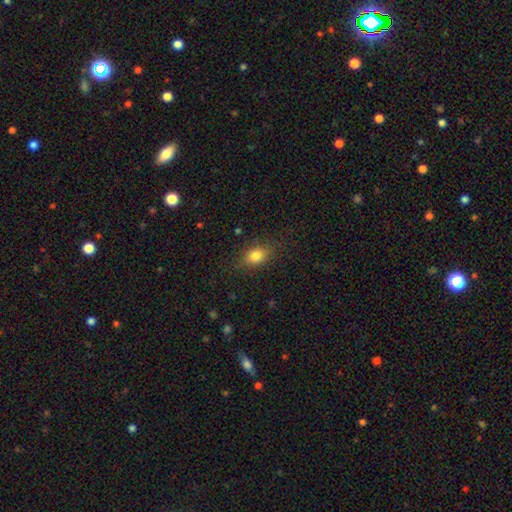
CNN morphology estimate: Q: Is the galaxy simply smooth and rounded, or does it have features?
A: smooth — 81%.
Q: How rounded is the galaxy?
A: in between — 70%.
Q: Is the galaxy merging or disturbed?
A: none — 80%.